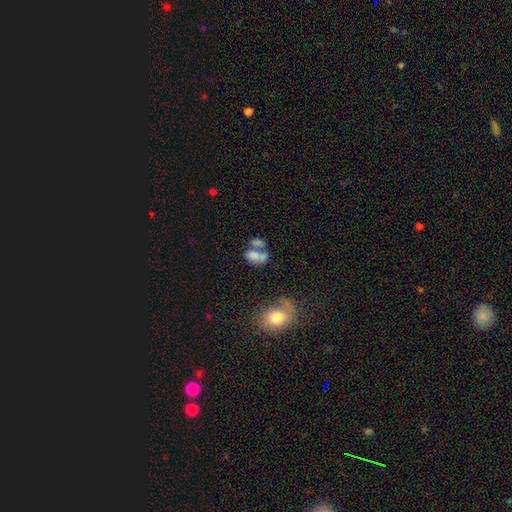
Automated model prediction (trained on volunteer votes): Smooth or featured? smooth (66%)
How rounded? in between (80%)
Merging? merger (54%)